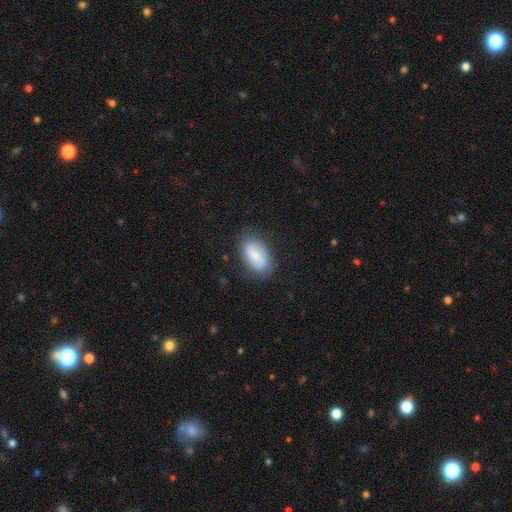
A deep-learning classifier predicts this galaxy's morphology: This appears to be a smooth galaxy with no disk features (70%) that is in between round and cigar-shaped (90%). Merging: none (73%).